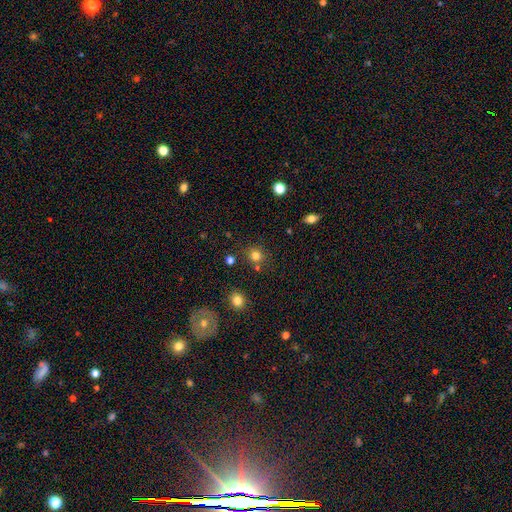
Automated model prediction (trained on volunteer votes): Overall: smooth (80%). How rounded: round (89%). Merging: none (80%).